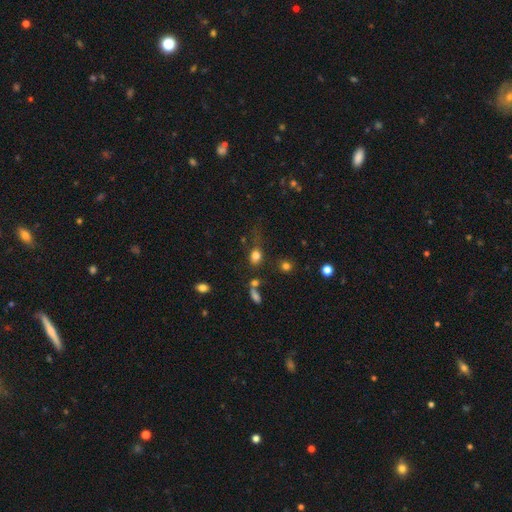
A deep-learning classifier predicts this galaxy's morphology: smooth-or-featured: smooth: 79% | star or artifact: 14% | featured or disk: 8%
  how-rounded: in between: 56% | round: 41% | cigar-shaped: 3%
  merging: none: 55% | minor disturbance: 19% | major disturbance: 15% | merger: 11%